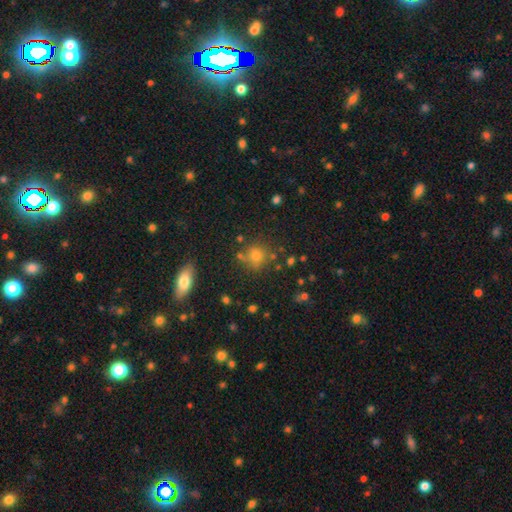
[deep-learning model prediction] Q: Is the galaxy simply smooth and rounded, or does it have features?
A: smooth — 70%.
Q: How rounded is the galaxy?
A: round — 82%.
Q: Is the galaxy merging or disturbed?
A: none — 76%.